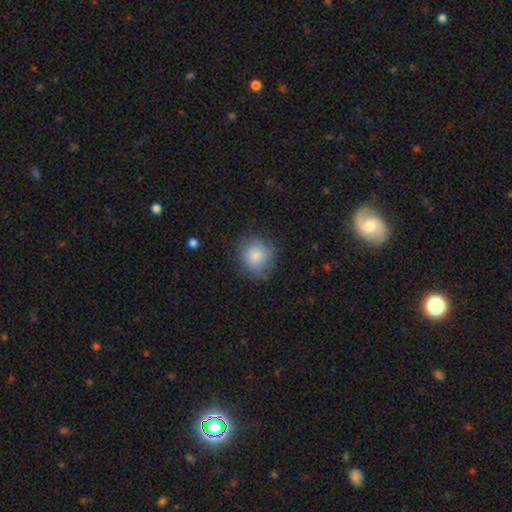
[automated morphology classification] This is clearly a smooth galaxy (83%). How rounded: clearly round (87%). Merging: likely none (73%).